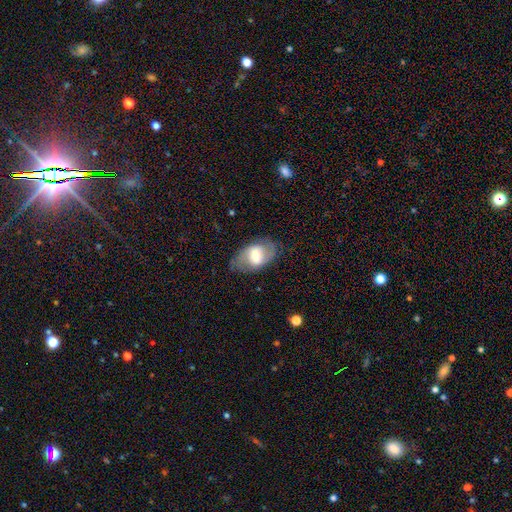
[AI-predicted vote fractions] Smooth or featured? featured or disk (51%)
Edge-on disk? no (93%)
Merging? none (74%)